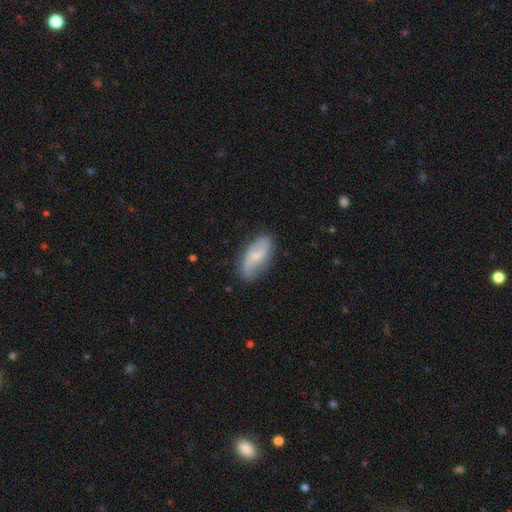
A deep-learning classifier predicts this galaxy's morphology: A featured or disk galaxy (54%). Merging: none (76%).